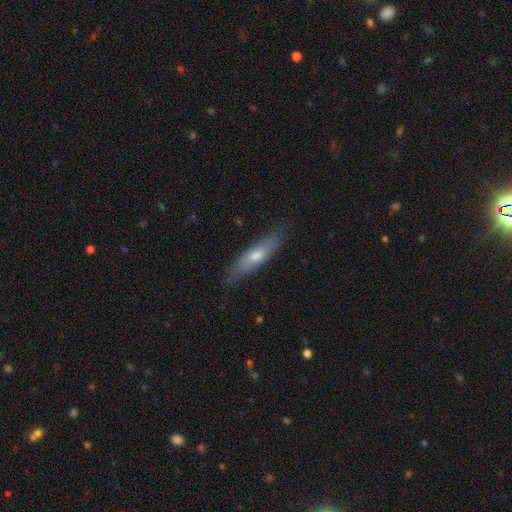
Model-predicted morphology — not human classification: Q: Smooth or featured?
A: smooth (57%); runner-up: featured or disk (36%)
Q: How rounded?
A: cigar-shaped (68%); runner-up: in between (30%)
Q: Merging?
A: none (80%); runner-up: minor disturbance (16%)